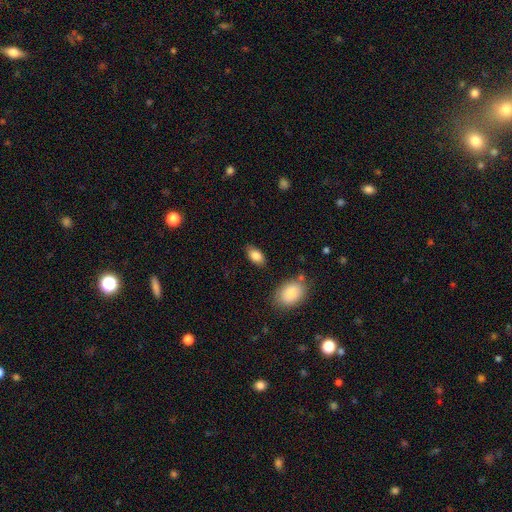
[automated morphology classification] Smooth or featured? Predicted: smooth (p=0.85). How rounded? Predicted: in between (p=0.92). Merging? Predicted: none (p=0.83).